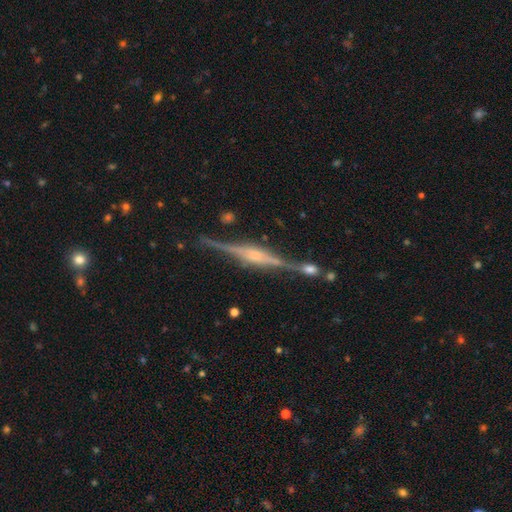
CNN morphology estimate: A featured or disk galaxy (88%) viewed edge-on (98%) with a rounded central bulge (65%).

Vote fractions:
- Smooth or featured? featured or disk: 88% / star or artifact: 7% / smooth: 6%
- Edge-on disk? yes: 98% / no: 2%
- Edge-on bulge? rounded: 65% / boxy: 28% / none: 6%
- Merging? none: 83% / minor disturbance: 10% / merger: 5% / major disturbance: 3%